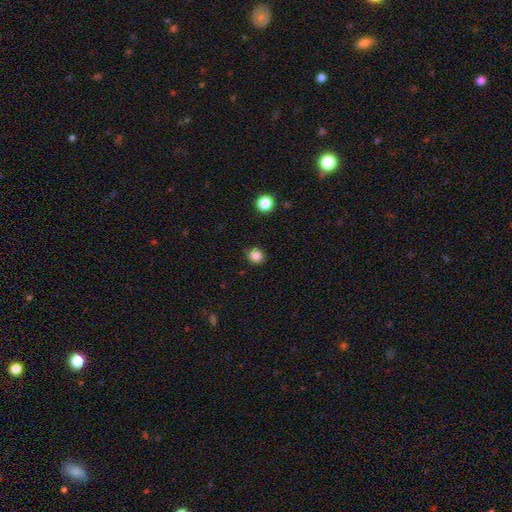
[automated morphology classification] smooth 84%, star or artifact 12%, featured or disk 4%. Down the decision tree: how rounded — round (86%); merging — none (84%).